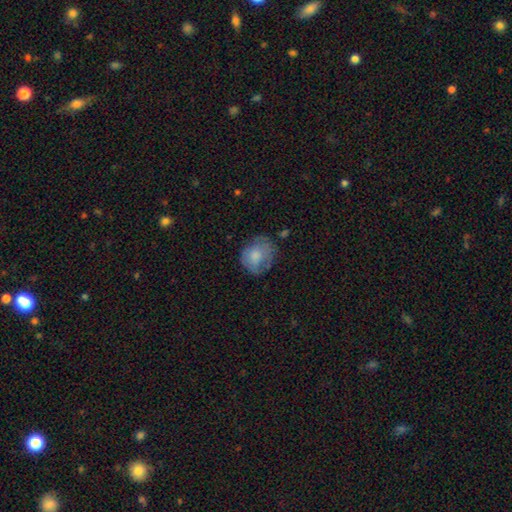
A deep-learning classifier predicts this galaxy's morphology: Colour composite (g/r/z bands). It shows a smooth galaxy with no disk features (68%) that is round (63%). Merging: none (57%).